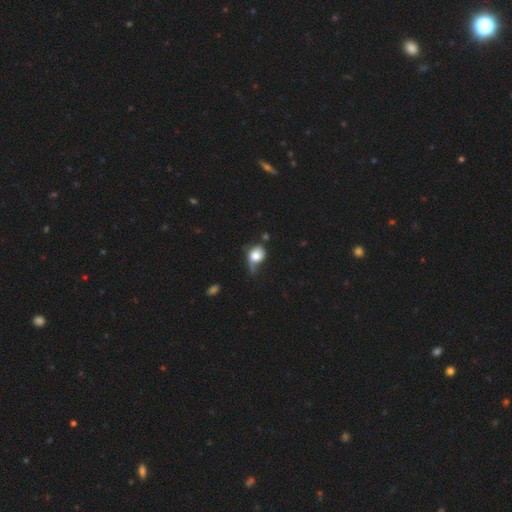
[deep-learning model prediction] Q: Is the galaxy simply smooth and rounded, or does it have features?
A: smooth — 75%.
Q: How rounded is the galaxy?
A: round — 58%.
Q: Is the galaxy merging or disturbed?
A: minor disturbance — 34%.